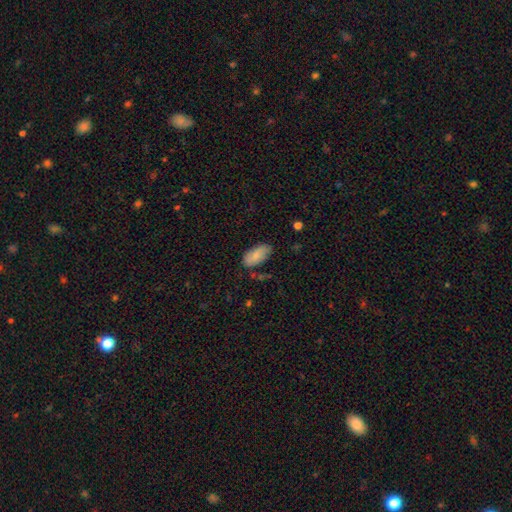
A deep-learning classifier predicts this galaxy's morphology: smooth-or-featured: smooth: 83% | featured or disk: 10% | star or artifact: 6%
  how-rounded: in between: 93% | cigar-shaped: 5% | round: 2%
  merging: none: 74% | minor disturbance: 20% | major disturbance: 4% | merger: 2%